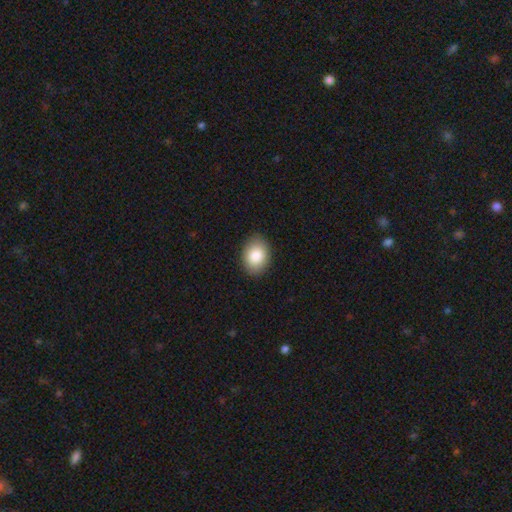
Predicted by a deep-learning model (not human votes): A smooth galaxy with no disk features (86%) that is in between round and cigar-shaped (73%).

Vote fractions:
- Smooth or featured? smooth: 86% / star or artifact: 7% / featured or disk: 7%
- How rounded? in between: 73% / round: 26% / cigar-shaped: 1%
- Merging? none: 88% / minor disturbance: 9% / major disturbance: 2% / merger: 1%